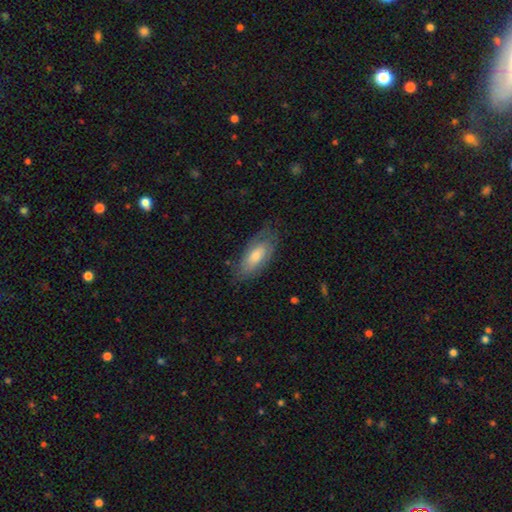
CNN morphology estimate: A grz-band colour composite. It shows a smooth galaxy with no disk features (57%) that is in between round and cigar-shaped (84%). Merging: none (71%).